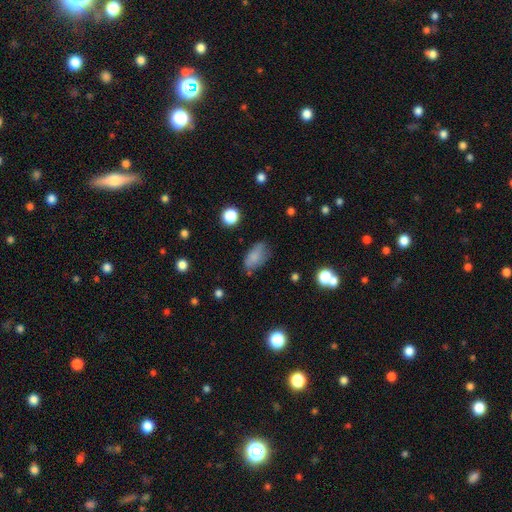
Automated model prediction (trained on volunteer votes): The model was most divided on "merging": none: 63%, minor disturbance: 25%, major disturbance: 8%, merger: 4%. More confident: how rounded — in between (90%); smooth or featured — smooth (78%).